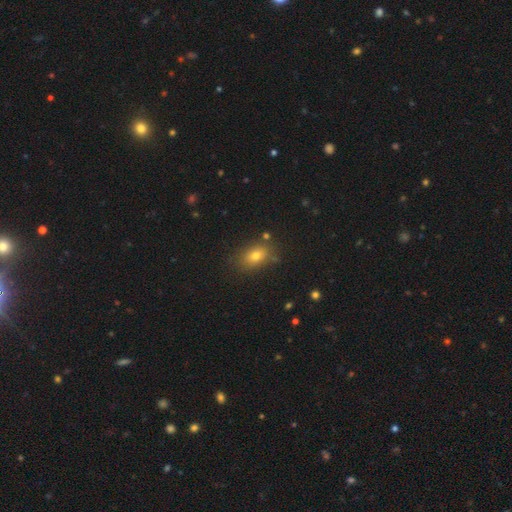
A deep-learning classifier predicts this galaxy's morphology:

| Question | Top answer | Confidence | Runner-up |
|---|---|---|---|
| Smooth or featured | smooth | 75% | star or artifact (14%) |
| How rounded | in between | 78% | round (20%) |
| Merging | none | 79% | minor disturbance (13%) |